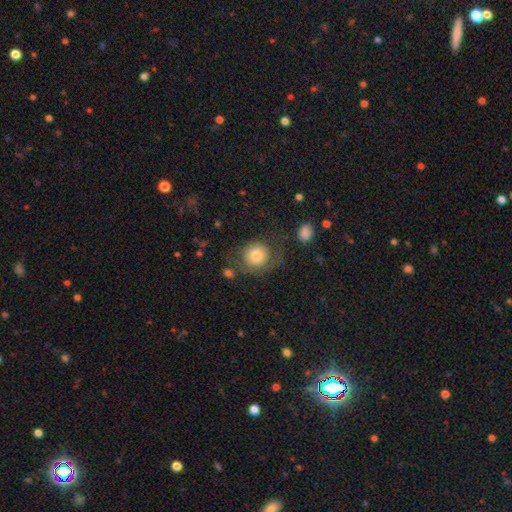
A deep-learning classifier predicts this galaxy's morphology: Smooth or featured: smooth — 71% (featured or disk — 21%)
How rounded: round — 83% (in between — 16%)
Merging: none — 54% (minor disturbance — 22%)